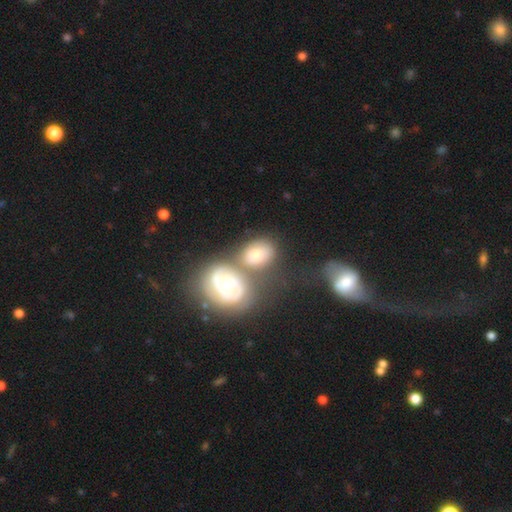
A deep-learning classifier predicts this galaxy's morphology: The model was most divided on "merging": none: 41%, merger: 37%, minor disturbance: 15%, major disturbance: 7%. Remaining: smooth or featured — smooth (49%).